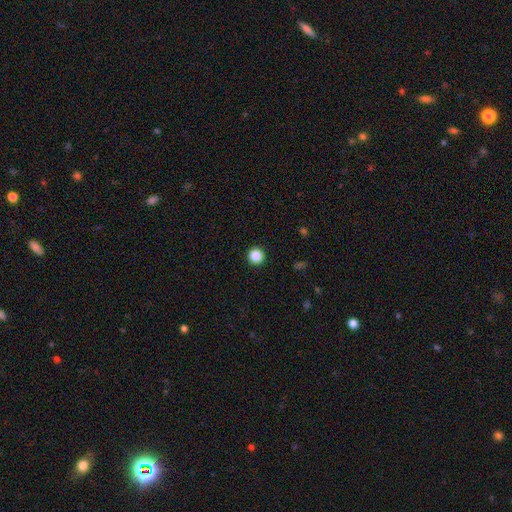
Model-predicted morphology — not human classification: Overall: smooth (86%). How rounded: round (95%). Merging: none (93%).